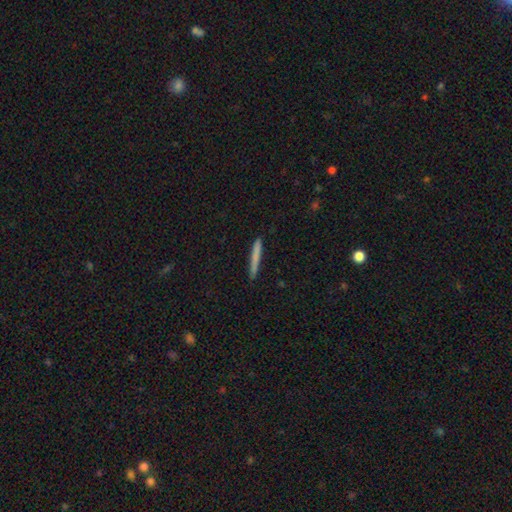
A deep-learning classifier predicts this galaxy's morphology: This appears to be a smooth galaxy with no disk features (75%) that is cigar-shaped (96%). Merging: none (89%).